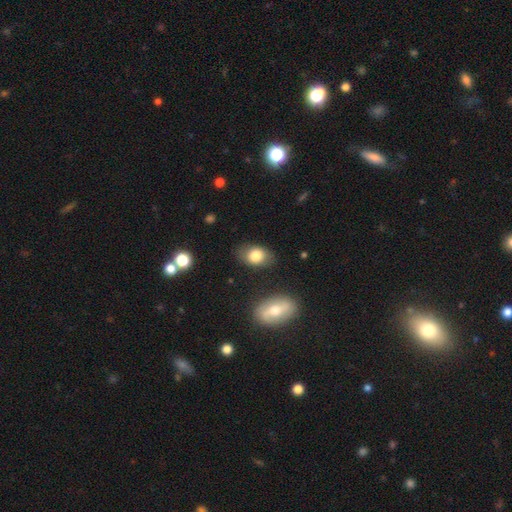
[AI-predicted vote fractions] Overall: smooth (79%). How rounded: in between (80%). Merging: none (78%).